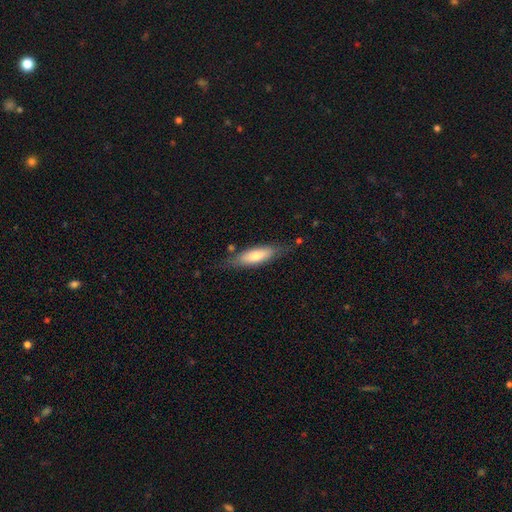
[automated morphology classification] Smooth or featured? Predicted: smooth (p=0.64). How rounded? Predicted: cigar-shaped (p=0.53). Merging? Predicted: none (p=0.74).